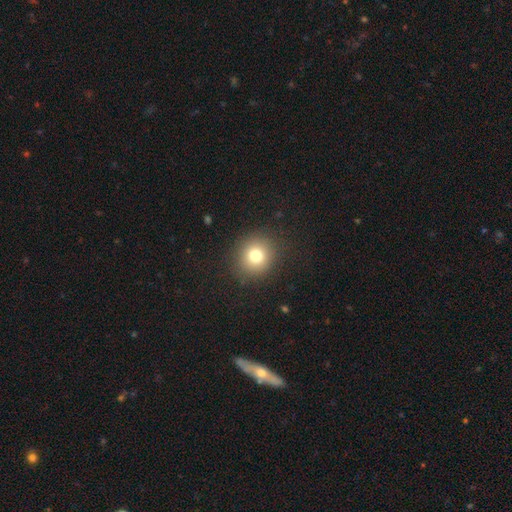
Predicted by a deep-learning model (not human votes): A smooth galaxy with no disk features (77%) that is round (86%). Merging: none (89%).